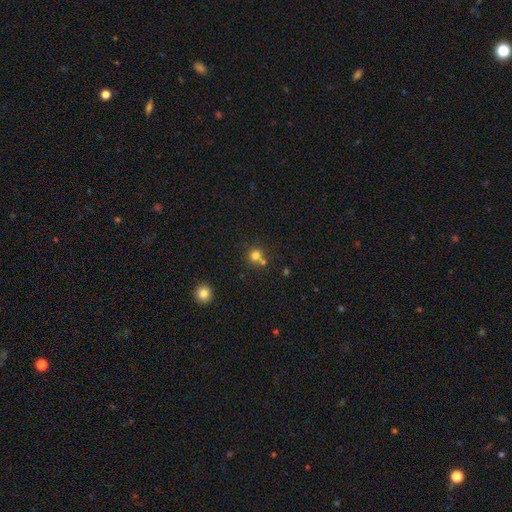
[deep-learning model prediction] Smooth or featured: smooth — 78% (star or artifact — 14%)
How rounded: round — 92% (in between — 8%)
Merging: none — 65% (merger — 25%)